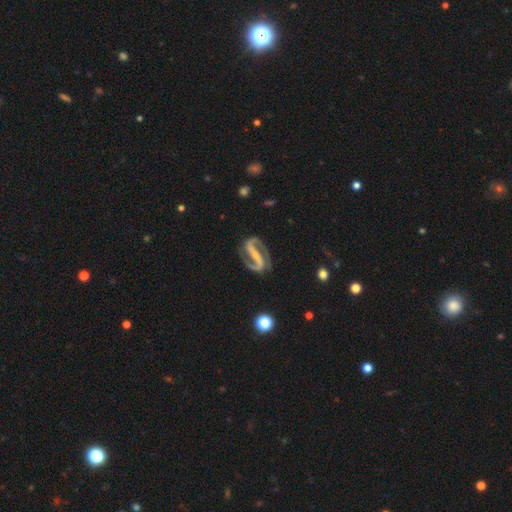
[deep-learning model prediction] A featured or disk galaxy (93%) with a strong bar (71%), 2 (94%) medium (55%) spiral arms (98%) and a small central bulge (61%). Merging: none (82%).